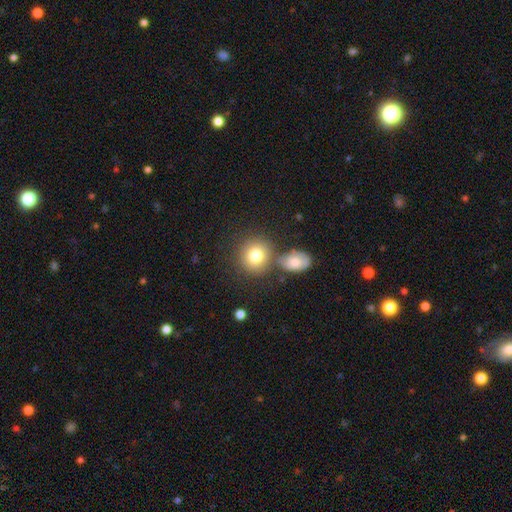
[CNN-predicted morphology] A smooth galaxy with no disk features (79%) that is round (84%).

Vote fractions:
- Smooth or featured? smooth: 79% / featured or disk: 11% / star or artifact: 10%
- How rounded? round: 84% / in between: 15% / cigar-shaped: 1%
- Merging? none: 65% / merger: 21% / minor disturbance: 10% / major disturbance: 4%